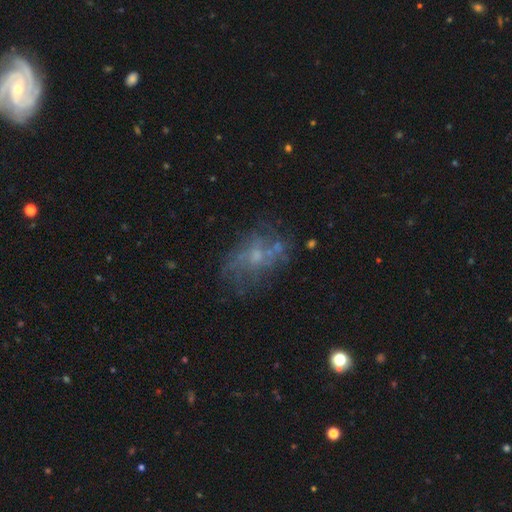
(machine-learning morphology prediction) Q: Smooth or featured?
A: featured or disk (55%); runner-up: smooth (28%)
Q: Edge-on disk?
A: no (96%); runner-up: yes (4%)
Q: Bar?
A: no (81%); runner-up: weak (16%)
Q: Spiral arms?
A: no (64%); runner-up: yes (36%)
Q: Bulge size?
A: small (50%); runner-up: moderate (27%)
Q: Merging?
A: none (54%); runner-up: minor disturbance (20%)